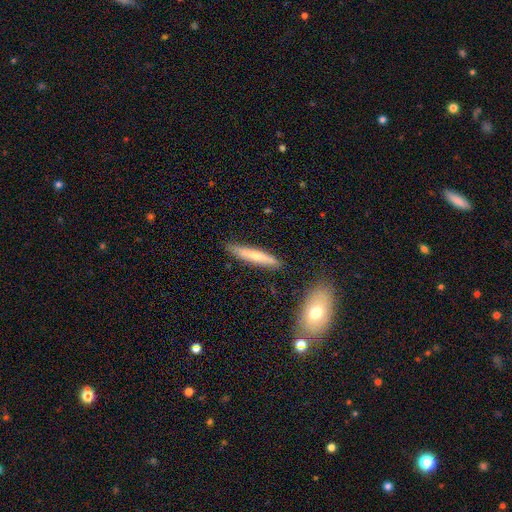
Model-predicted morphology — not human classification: The model was most divided on "smooth or featured": smooth: 62%, featured or disk: 33%, star or artifact: 6%. More confident: how rounded — cigar-shaped (92%); merging — none (84%).